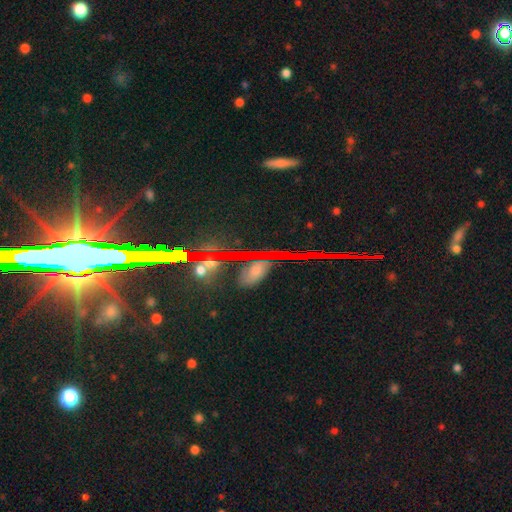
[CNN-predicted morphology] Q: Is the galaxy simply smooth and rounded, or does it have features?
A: star or artifact — 79%.